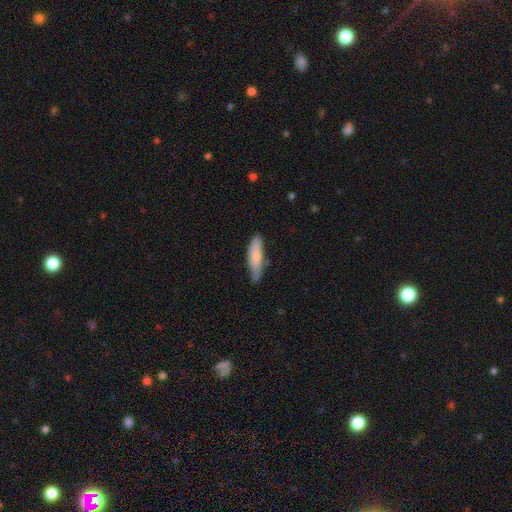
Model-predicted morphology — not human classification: smooth 79%, featured or disk 16%, star or artifact 5%. Down the decision tree: how rounded — cigar-shaped (62%); merging — none (64%).